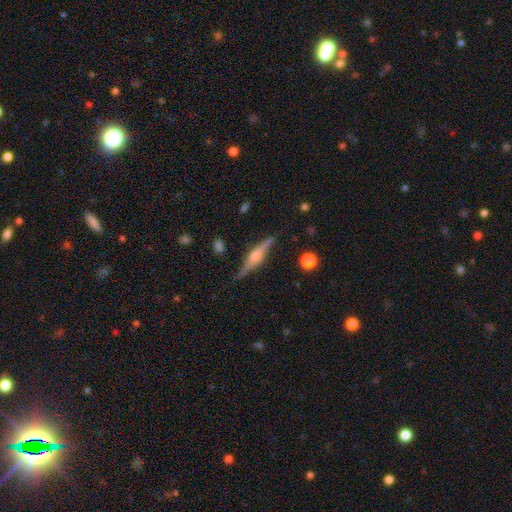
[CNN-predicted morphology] This appears to be a featured or disk galaxy (80%) viewed edge-on (97%) with a rounded central bulge (84%). Merging: none (86%).